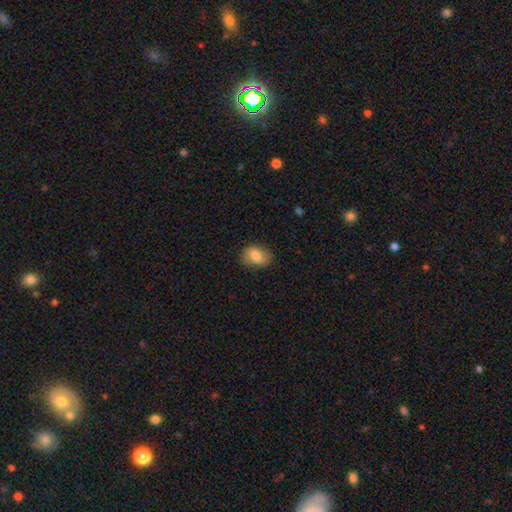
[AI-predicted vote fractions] Smooth or featured?
  - smooth: 75% *
  - featured or disk: 18%
  - star or artifact: 8%
How rounded?
  - in between: 77% *
  - round: 21%
  - cigar-shaped: 2%
Merging?
  - none: 78% *
  - minor disturbance: 16%
  - major disturbance: 4%
  - merger: 1%